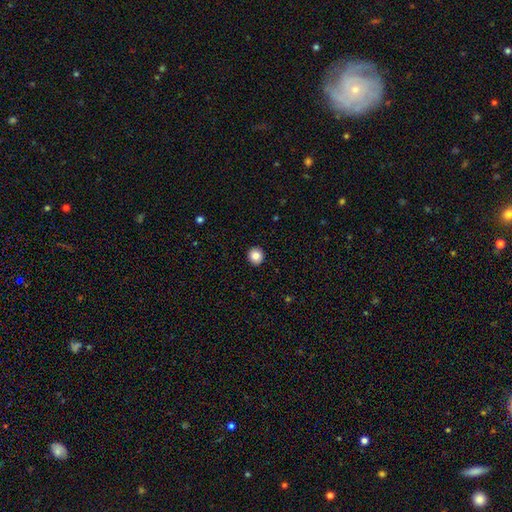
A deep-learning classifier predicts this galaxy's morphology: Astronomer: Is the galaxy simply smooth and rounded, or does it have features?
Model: smooth — 84%.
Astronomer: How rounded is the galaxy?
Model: round — 90%.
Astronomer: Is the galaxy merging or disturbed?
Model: none — 93%.